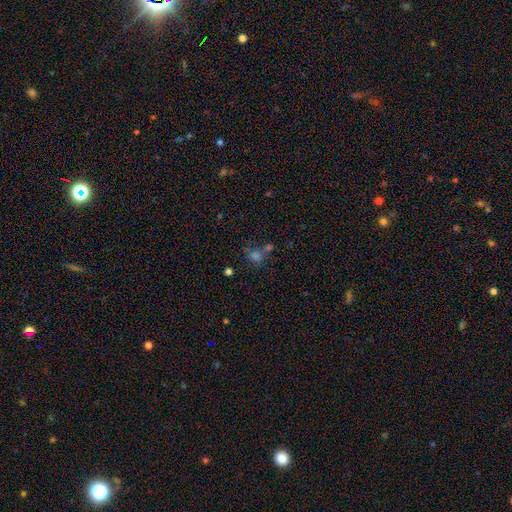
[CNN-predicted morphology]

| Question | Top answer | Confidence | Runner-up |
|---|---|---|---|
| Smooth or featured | smooth | 60% | star or artifact (29%) |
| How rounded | round | 62% | in between (36%) |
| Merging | none | 50% | merger (31%) |